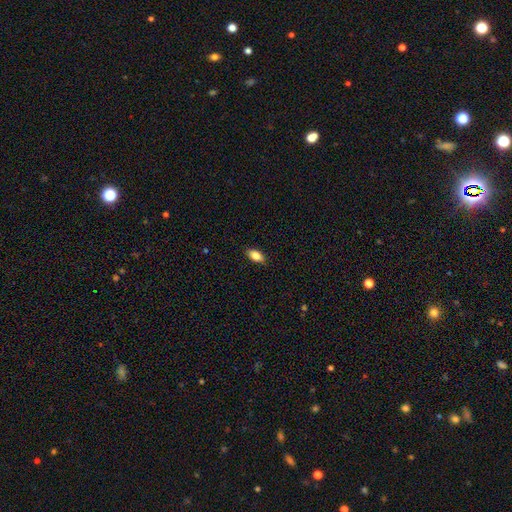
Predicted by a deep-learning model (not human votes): Morphology: type=smooth (83%); roundness=in between (89%); merging=none (88%).